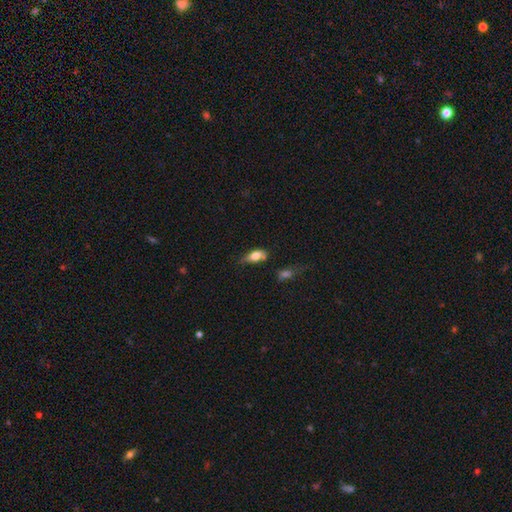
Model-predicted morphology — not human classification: smooth-or-featured: smooth: 71% | featured or disk: 21% | star or artifact: 8%
  how-rounded: in between: 81% | cigar-shaped: 13% | round: 6%
  merging: none: 40% | minor disturbance: 34% | major disturbance: 15% | merger: 11%